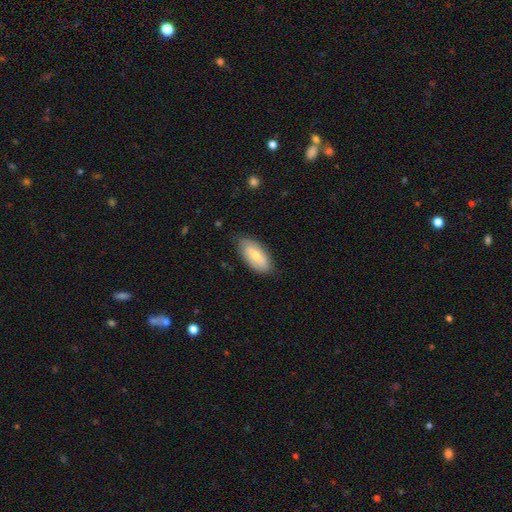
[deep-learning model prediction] The model was most divided on "smooth or featured": smooth: 64%, featured or disk: 30%, star or artifact: 6%. More confident: how rounded — in between (91%); merging — none (79%).